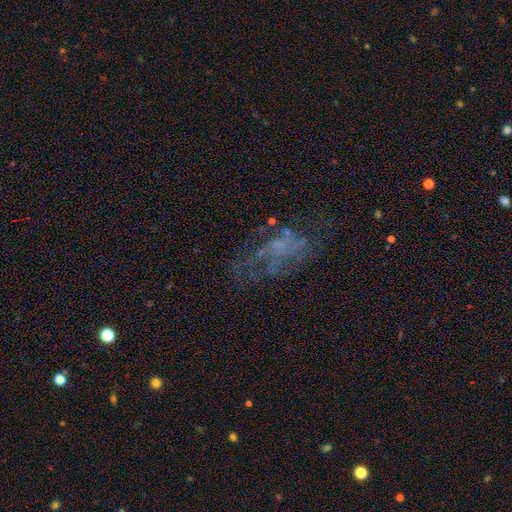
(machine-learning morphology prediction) A featured or disk galaxy (46%).

Vote fractions:
- Smooth or featured? featured or disk: 46% / star or artifact: 28% / smooth: 26%
- Merging? none: 52% / major disturbance: 26% / minor disturbance: 19% / merger: 4%